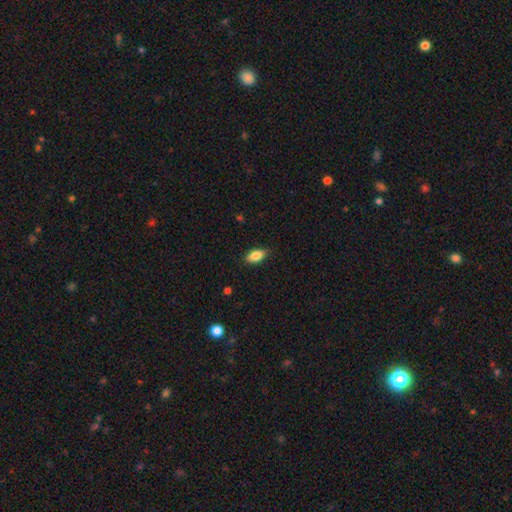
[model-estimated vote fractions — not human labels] smooth 84%, featured or disk 9%, star or artifact 7%. Down the decision tree: how rounded — in between (88%); merging — none (83%).